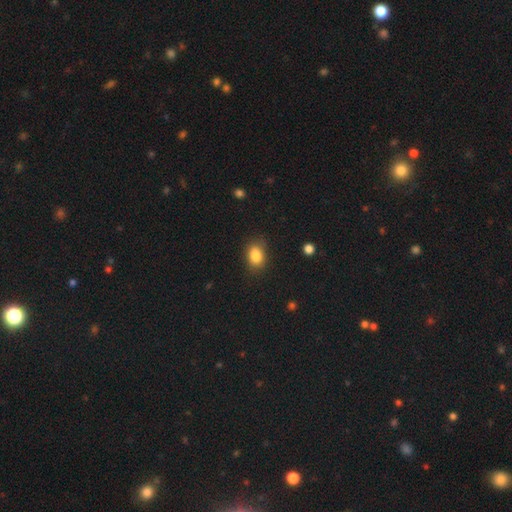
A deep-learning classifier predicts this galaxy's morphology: smooth 85%, star or artifact 9%, featured or disk 6%. Down the decision tree: how rounded — in between (73%); merging — none (81%).